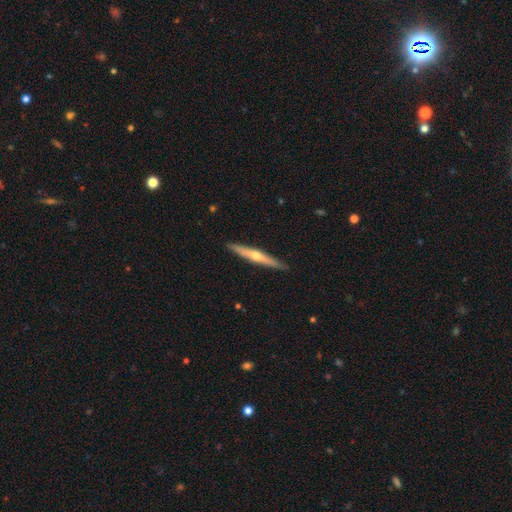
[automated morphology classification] type=featured or disk (63%); edge-on=yes (96%); edge-on bulge=rounded (86%); merging=none (91%).